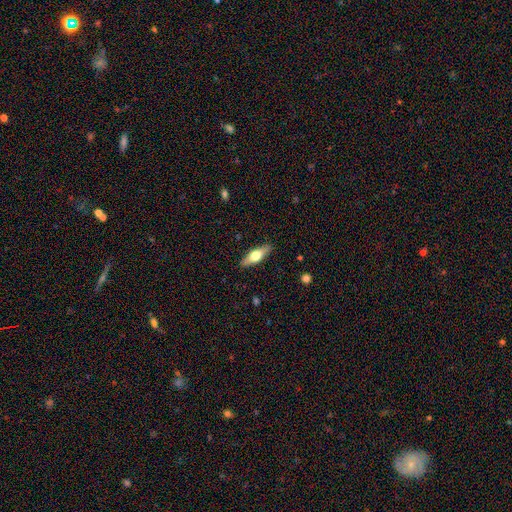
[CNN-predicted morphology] The model was most divided on "smooth or featured": featured or disk: 50%, smooth: 44%, star or artifact: 6%. More confident: edge-on disk — yes (90%); merging — none (88%).